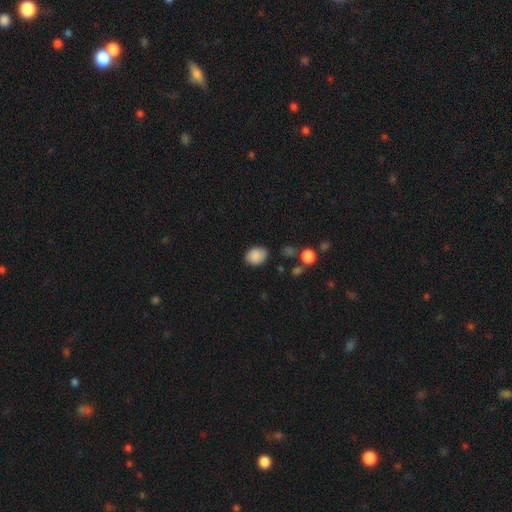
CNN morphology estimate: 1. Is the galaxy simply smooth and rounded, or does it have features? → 86% smooth, 8% star or artifact, 6% featured or disk.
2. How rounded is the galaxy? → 62% in between, 37% round, 1% cigar-shaped.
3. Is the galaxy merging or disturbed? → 73% none, 20% minor disturbance, 4% major disturbance, 3% merger.